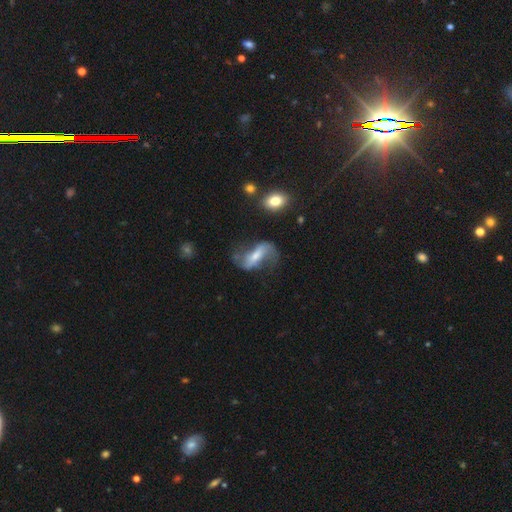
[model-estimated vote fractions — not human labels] Overall: featured or disk (71%). Edge-on disk: no (90%). Bar: strong (46%; weak 34%). Spiral arms: yes (83%). Spiral arm count: 2 (86%). Spiral winding: loose (75%). Bulge size: small (42%; moderate 39%). Merging: none (50%; major disturbance 25%).